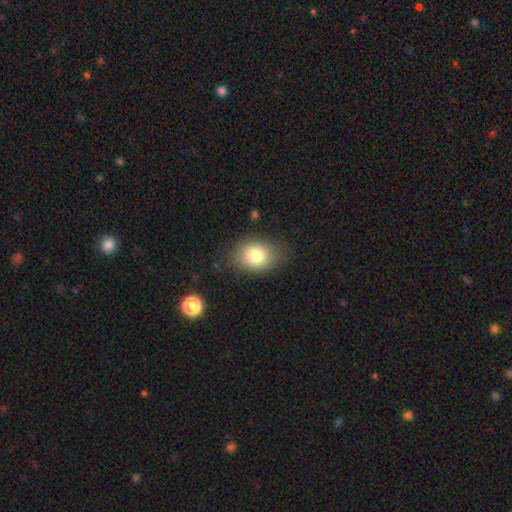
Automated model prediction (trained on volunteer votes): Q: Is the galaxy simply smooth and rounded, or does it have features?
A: smooth — 80%.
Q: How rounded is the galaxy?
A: in between — 66%.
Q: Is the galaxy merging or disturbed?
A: none — 79%.